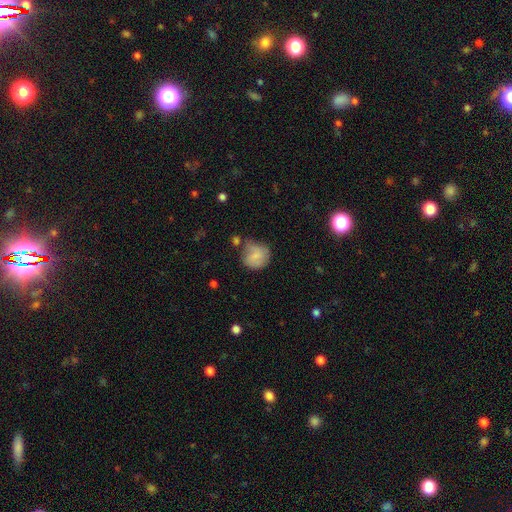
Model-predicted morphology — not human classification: Q: Smooth or featured?
A: smooth (72%); runner-up: featured or disk (19%)
Q: How rounded?
A: round (80%); runner-up: in between (19%)
Q: Merging?
A: none (49%); runner-up: minor disturbance (29%)